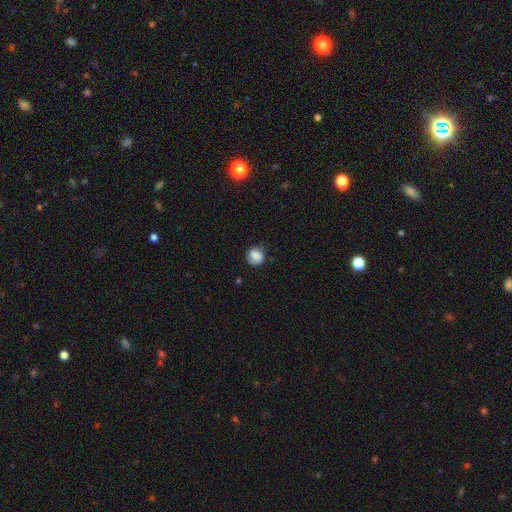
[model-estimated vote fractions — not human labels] This is clearly a smooth galaxy (81%). How rounded: likely round (76%). Merging: likely none (66%).